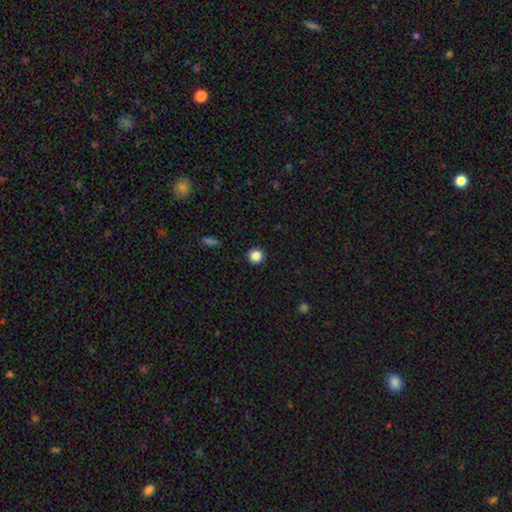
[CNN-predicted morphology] This is clearly a smooth galaxy (86%). How rounded: clearly round (95%). Merging: clearly none (93%).